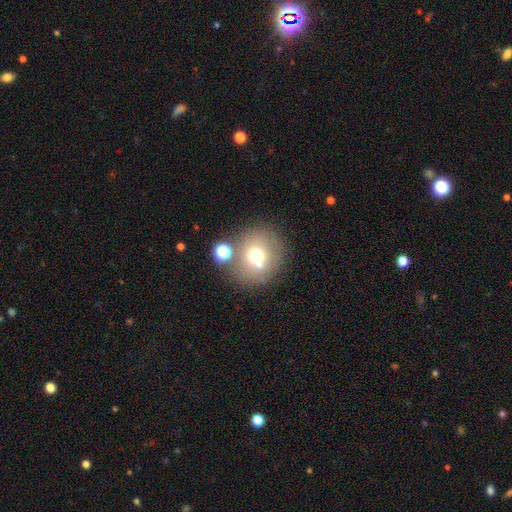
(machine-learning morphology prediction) smooth 65%, featured or disk 20%, star or artifact 15%. Down the decision tree: how rounded — round (87%); merging — none (68%).